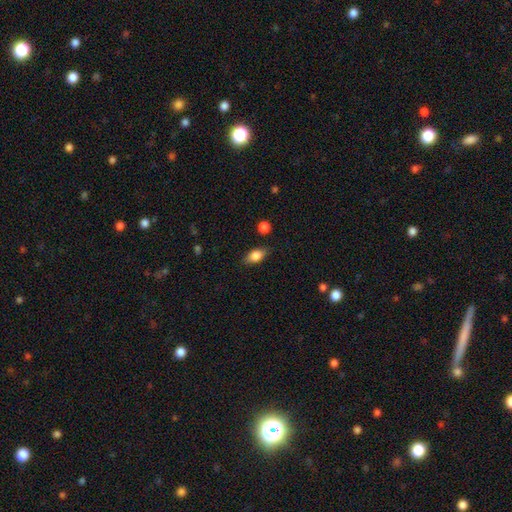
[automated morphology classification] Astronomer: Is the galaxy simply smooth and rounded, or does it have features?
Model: smooth — 78%.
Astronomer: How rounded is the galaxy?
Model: in between — 83%.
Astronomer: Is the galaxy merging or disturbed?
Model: none — 82%.